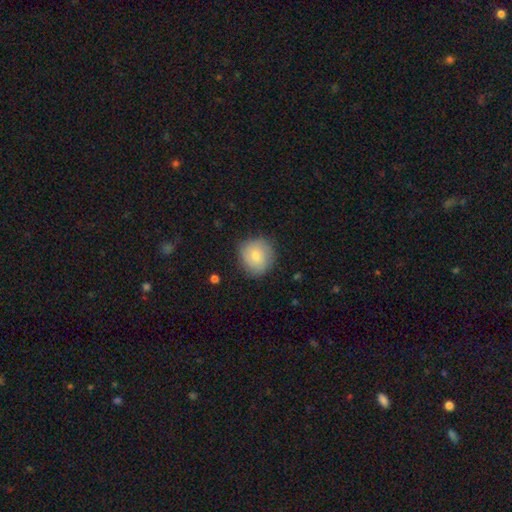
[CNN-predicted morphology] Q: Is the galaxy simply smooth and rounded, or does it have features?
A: smooth — 74%.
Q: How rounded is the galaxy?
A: round — 87%.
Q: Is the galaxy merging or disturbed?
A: none — 80%.